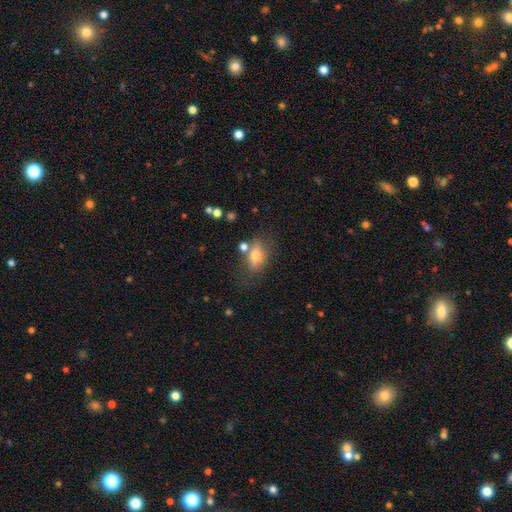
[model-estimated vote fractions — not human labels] smooth_or_featured: smooth (p=0.69) [alt: featured or disk p=0.21]
how_rounded: in between (p=0.78) [alt: round p=0.15]
merging: none (p=0.62) [alt: minor disturbance p=0.19]